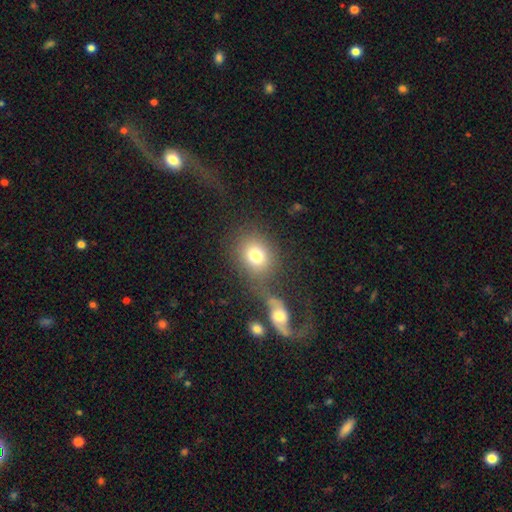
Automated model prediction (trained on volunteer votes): Smooth or featured?
  - smooth: 77% *
  - featured or disk: 13%
  - star or artifact: 10%
How rounded?
  - round: 65% *
  - in between: 33%
  - cigar-shaped: 1%
Merging?
  - none: 56% *
  - merger: 25%
  - minor disturbance: 11%
  - major disturbance: 8%